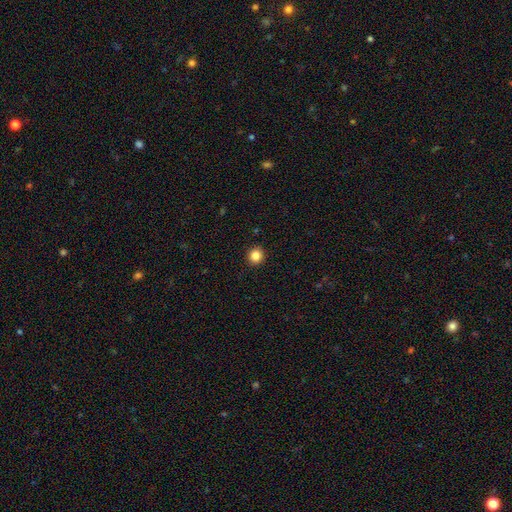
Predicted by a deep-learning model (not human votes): A smooth galaxy with no disk features (86%) that is round (92%).

Vote fractions:
- Smooth or featured? smooth: 86% / star or artifact: 11% / featured or disk: 4%
- How rounded? round: 92% / in between: 7% / cigar-shaped: 1%
- Merging? none: 93% / minor disturbance: 5% / major disturbance: 2% / merger: 1%